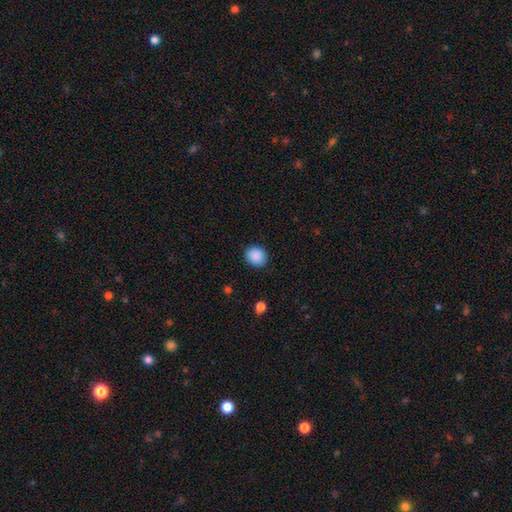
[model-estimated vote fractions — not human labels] Q: Smooth or featured?
A: smooth (90%); runner-up: star or artifact (8%)
Q: How rounded?
A: round (77%); runner-up: in between (22%)
Q: Merging?
A: none (89%); runner-up: minor disturbance (8%)